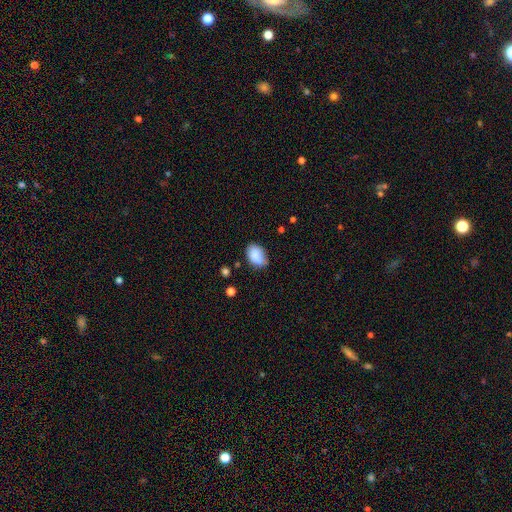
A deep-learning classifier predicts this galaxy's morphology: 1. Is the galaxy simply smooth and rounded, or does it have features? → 84% smooth, 8% star or artifact, 8% featured or disk.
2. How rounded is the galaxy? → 83% in between, 16% round, 1% cigar-shaped.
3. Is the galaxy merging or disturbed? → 65% none, 26% minor disturbance, 5% major disturbance, 4% merger.